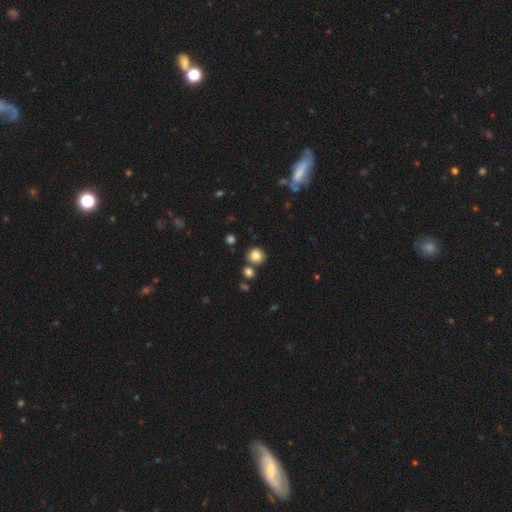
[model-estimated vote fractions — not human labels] The model was most divided on "merging": none: 73%, merger: 13%, minor disturbance: 10%, major disturbance: 3%. More confident: how rounded — round (84%); smooth or featured — smooth (83%).